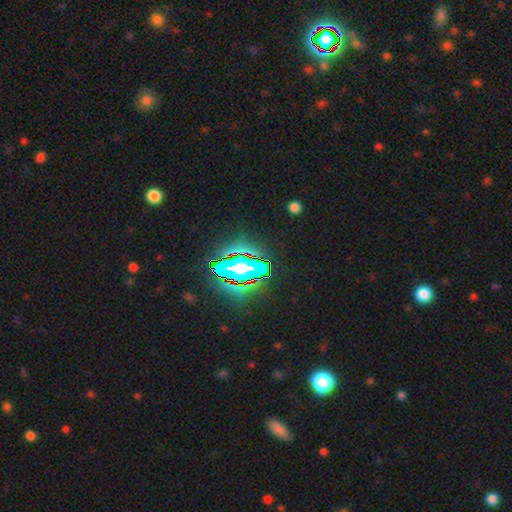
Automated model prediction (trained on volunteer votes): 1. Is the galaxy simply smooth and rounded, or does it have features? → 85% star or artifact, 8% smooth, 6% featured or disk.